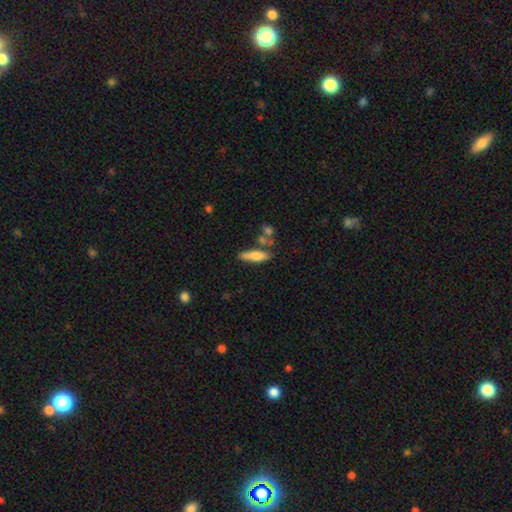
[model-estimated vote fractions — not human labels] This is likely a smooth galaxy (72%). How rounded: likely cigar-shaped (63%). Merging: likely none (64%).